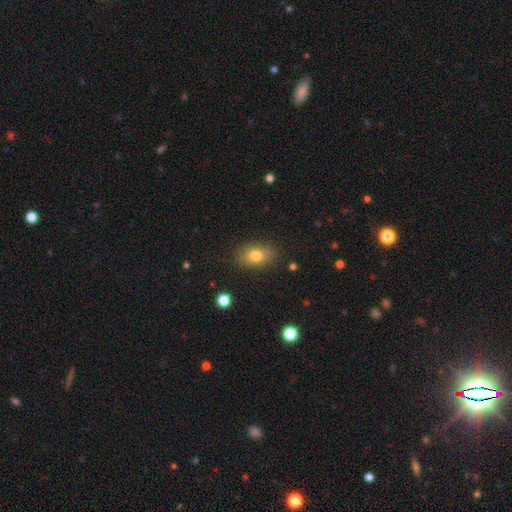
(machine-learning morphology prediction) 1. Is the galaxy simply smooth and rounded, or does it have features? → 77% smooth, 12% featured or disk, 11% star or artifact.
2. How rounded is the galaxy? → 75% in between, 23% round, 2% cigar-shaped.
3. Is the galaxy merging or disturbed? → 81% none, 14% minor disturbance, 3% major disturbance, 2% merger.